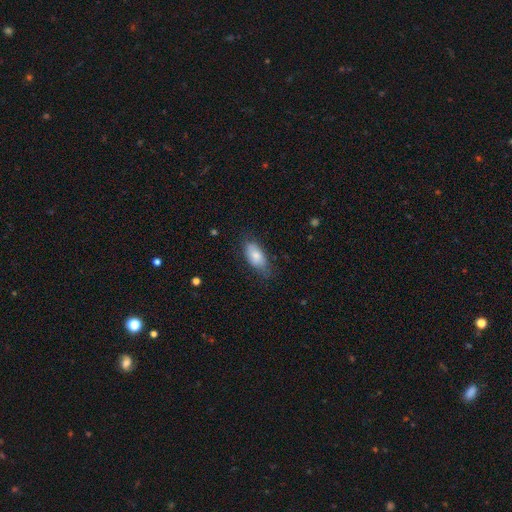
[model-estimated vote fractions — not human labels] The model was most divided on "merging": none: 67%, minor disturbance: 25%, major disturbance: 7%, merger: 1%. More confident: how rounded — in between (91%); smooth or featured — smooth (80%).